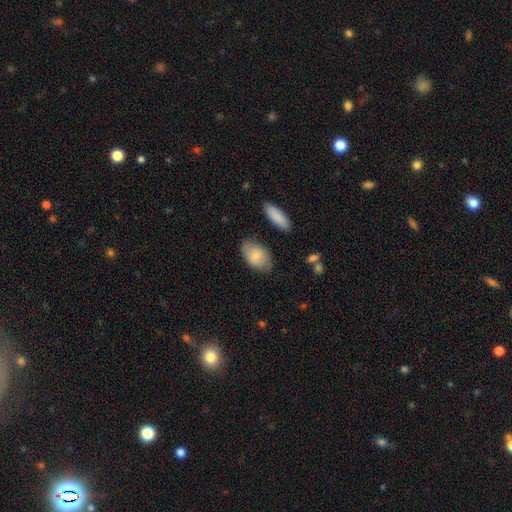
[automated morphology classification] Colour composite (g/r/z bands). It shows a smooth galaxy with no disk features (79%) that is in between round and cigar-shaped (92%). Merging: none (76%).